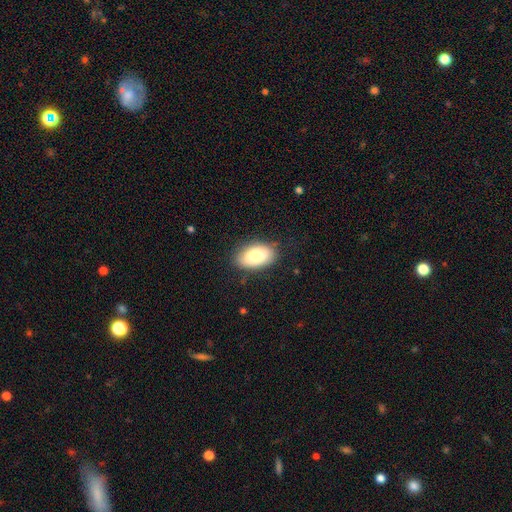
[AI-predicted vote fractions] This appears to be a smooth galaxy with no disk features (83%) that is in between round and cigar-shaped (93%). Merging: none (81%).